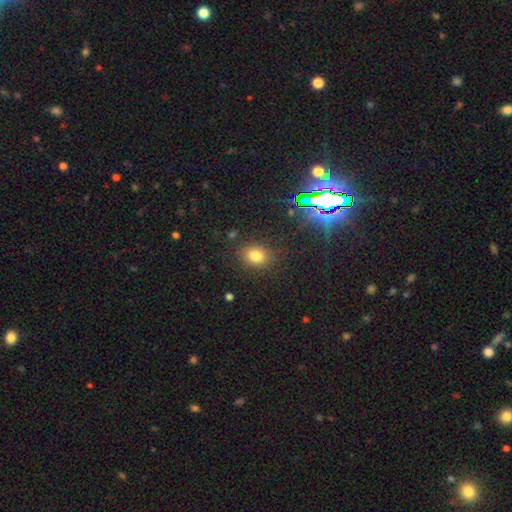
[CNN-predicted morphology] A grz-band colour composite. It shows a smooth galaxy with no disk features (74%) that is round (56%). Merging: none (84%).